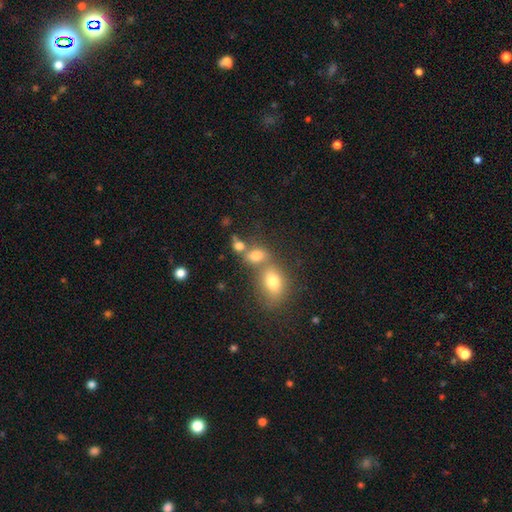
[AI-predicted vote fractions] The model was most divided on "merging": merger: 47%, none: 37%, minor disturbance: 10%, major disturbance: 6%. More confident: smooth or featured — smooth (74%); how rounded — in between (72%).